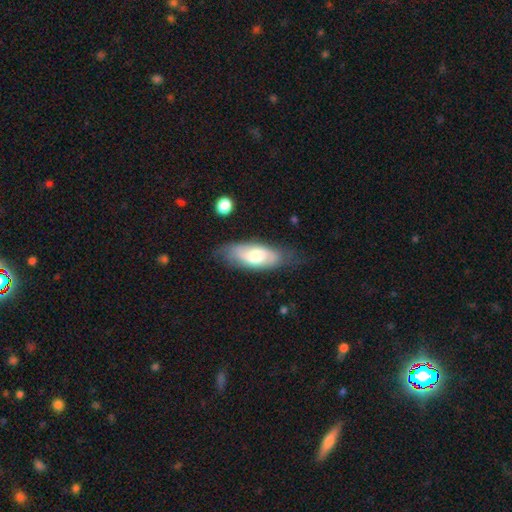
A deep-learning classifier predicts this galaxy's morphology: Q: Smooth or featured?
A: smooth (57%); runner-up: featured or disk (36%)
Q: How rounded?
A: in between (80%); runner-up: cigar-shaped (17%)
Q: Merging?
A: none (64%); runner-up: minor disturbance (25%)